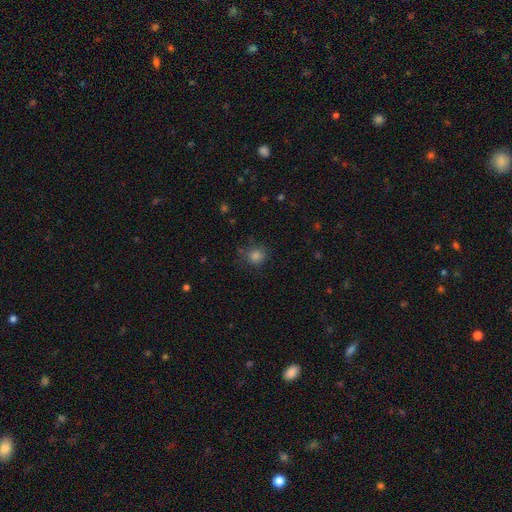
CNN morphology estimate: This is clearly a smooth galaxy (80%). How rounded: clearly round (84%). Merging: likely none (80%).